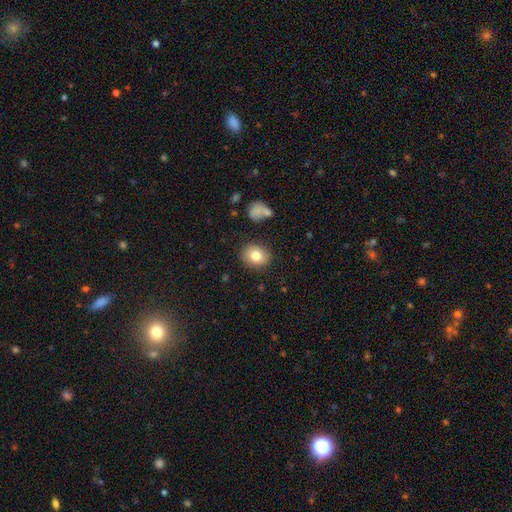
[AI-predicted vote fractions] Smooth or featured? smooth (80%)
How rounded? round (58%)
Merging? none (85%)